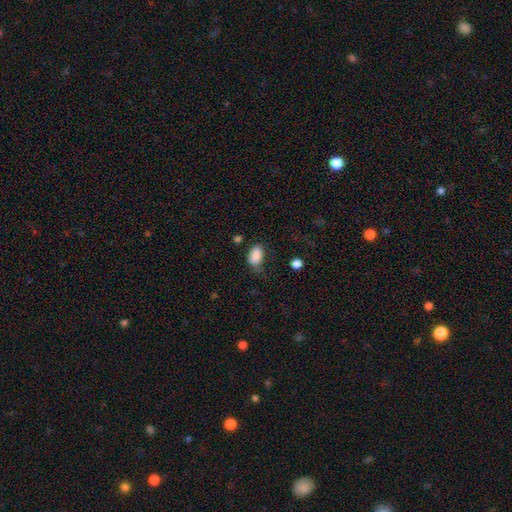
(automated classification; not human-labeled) A smooth galaxy with no disk features (87%) that is in between round and cigar-shaped (89%). Merging: none (53%).